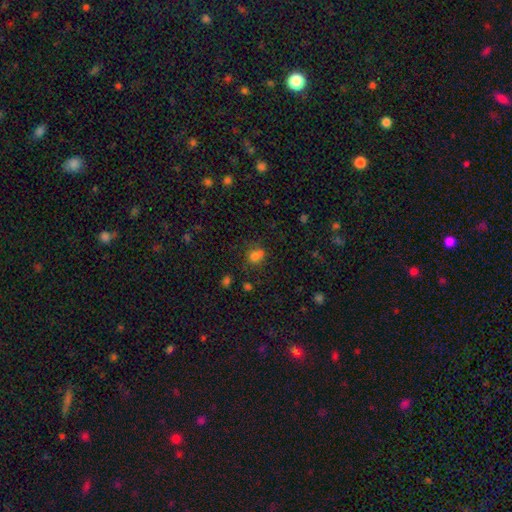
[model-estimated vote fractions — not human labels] This appears to be a smooth galaxy with no disk features (73%) that is round (76%). Merging: none (50%).